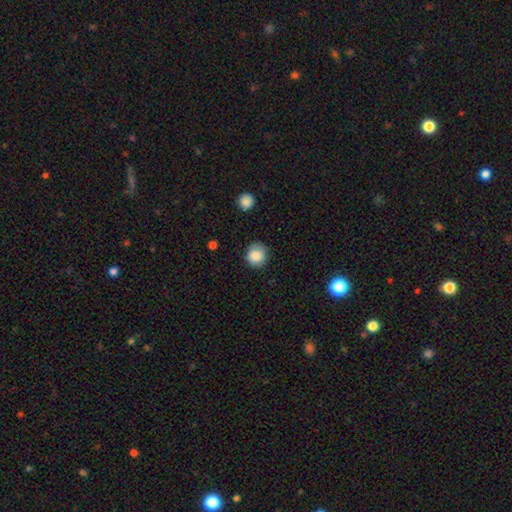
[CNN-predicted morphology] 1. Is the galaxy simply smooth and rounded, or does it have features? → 86% smooth, 9% star or artifact, 5% featured or disk.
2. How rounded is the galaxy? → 90% round, 9% in between, 1% cigar-shaped.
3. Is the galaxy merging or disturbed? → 80% none, 15% minor disturbance, 3% major disturbance, 1% merger.